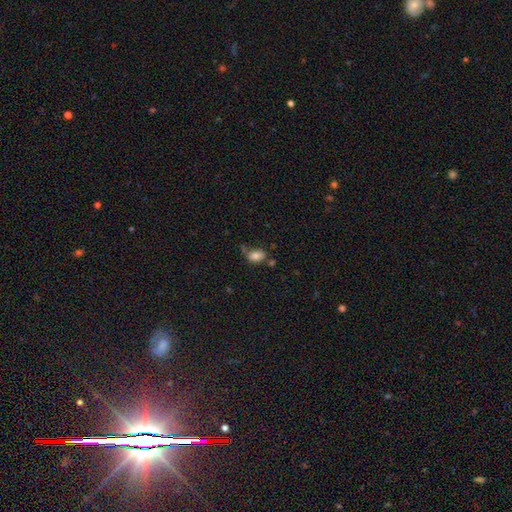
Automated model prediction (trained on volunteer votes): This is likely a smooth galaxy (79%). How rounded: clearly in between (84%). Merging: possibly none (54%).